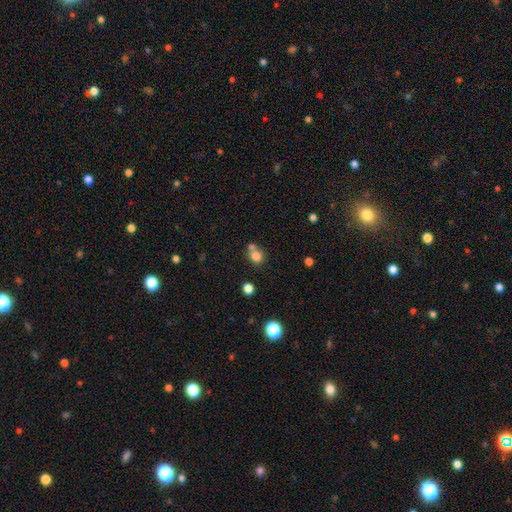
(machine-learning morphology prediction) type=smooth (78%); roundness=round (77%); merging=none (48%).